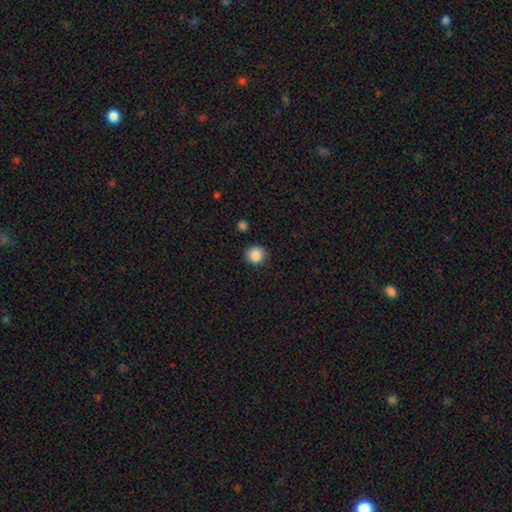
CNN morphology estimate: Smooth or featured? Predicted: smooth (p=0.87). How rounded? Predicted: round (p=0.89). Merging? Predicted: none (p=0.87).